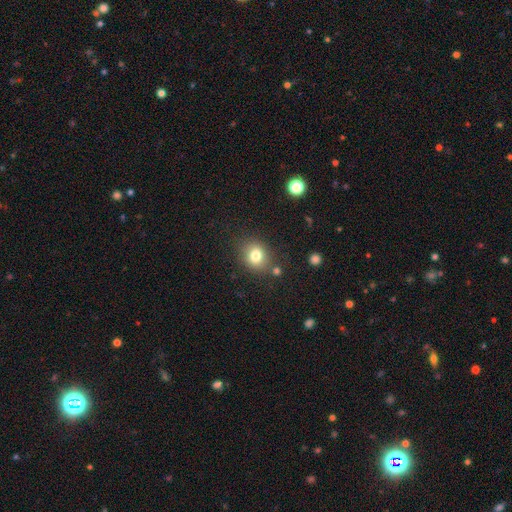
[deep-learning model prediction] The model was most divided on "how rounded": round: 66%, in between: 33%, cigar-shaped: 1%. More confident: smooth or featured — smooth (79%); merging — none (78%).